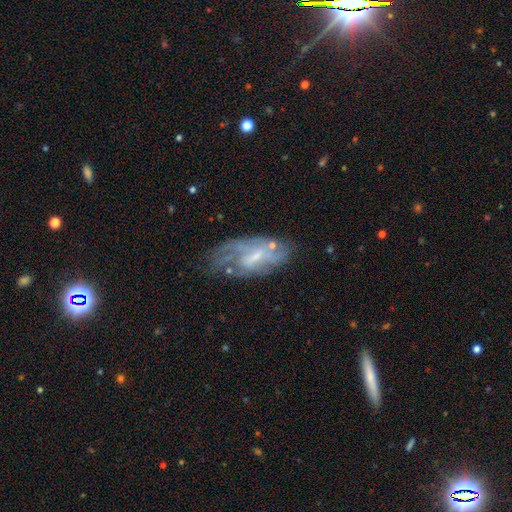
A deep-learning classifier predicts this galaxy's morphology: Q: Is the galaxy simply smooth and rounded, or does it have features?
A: featured or disk — 68%.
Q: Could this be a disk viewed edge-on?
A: no — 91%.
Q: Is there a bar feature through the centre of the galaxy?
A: weak — 47%.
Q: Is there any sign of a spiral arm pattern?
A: yes — 67%.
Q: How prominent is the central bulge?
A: small — 53%.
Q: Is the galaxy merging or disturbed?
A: none — 49%.